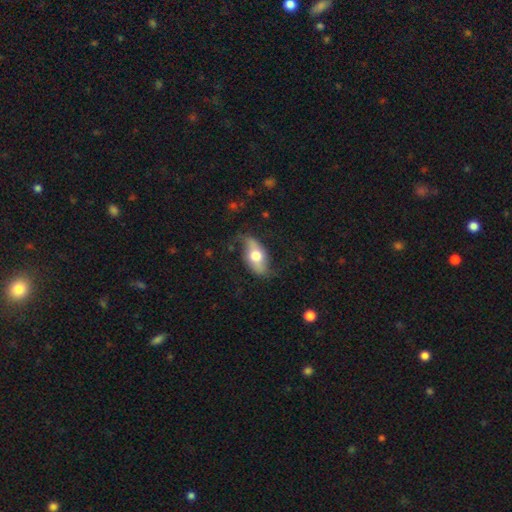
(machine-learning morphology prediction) Smooth or featured: featured or disk — 48% (smooth — 46%)
Merging: none — 67% (minor disturbance — 22%)